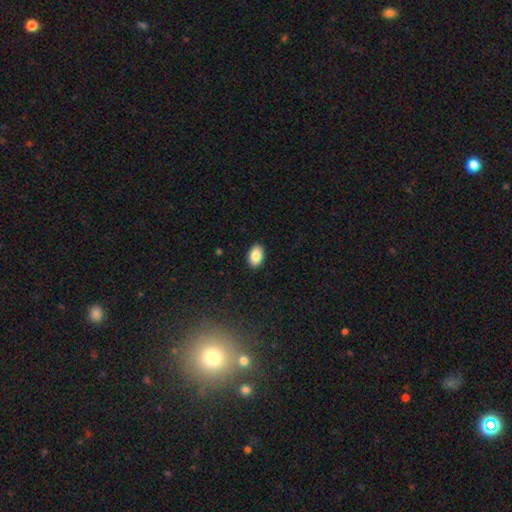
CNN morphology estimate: smooth 87%, star or artifact 7%, featured or disk 5%. Down the decision tree: how rounded — in between (90%); merging — none (90%).